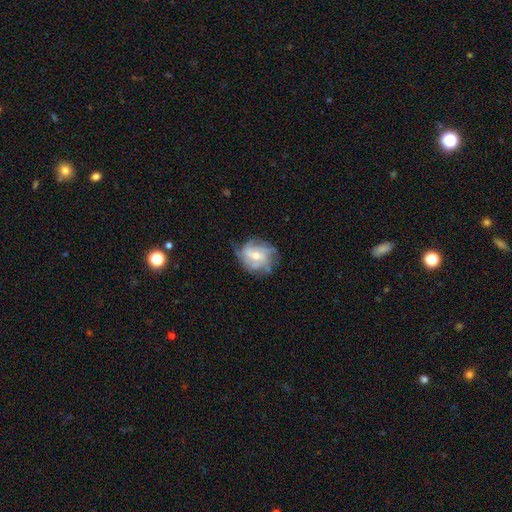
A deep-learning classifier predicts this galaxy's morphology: This appears to be a featured or disk galaxy (74%) with no bar (55%), tight (42%) spiral arms (88%) and a moderate central bulge (48%). Merging: none (67%).